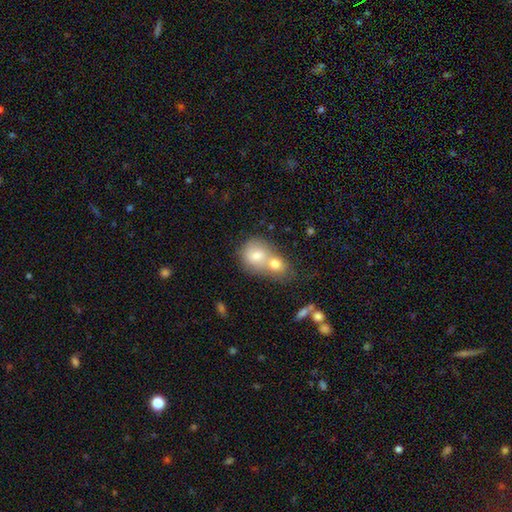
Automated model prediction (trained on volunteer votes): Smooth or featured? Predicted: smooth (p=0.72). How rounded? Predicted: round (p=0.72). Merging? Predicted: merger (p=0.68).